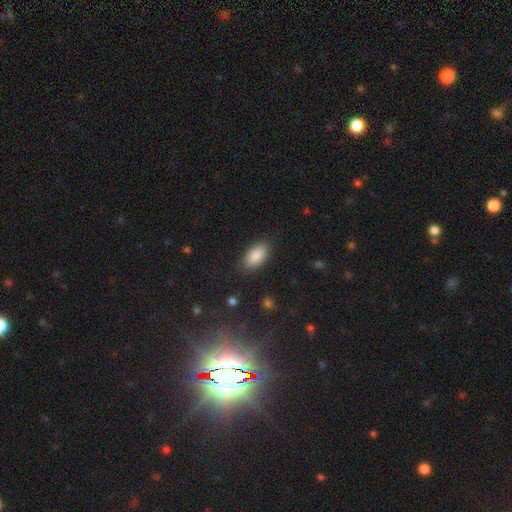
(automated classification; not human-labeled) smooth-or-featured: smooth: 88% | star or artifact: 7% | featured or disk: 5%
  how-rounded: in between: 93% | cigar-shaped: 5% | round: 3%
  merging: none: 86% | minor disturbance: 10% | major disturbance: 3% | merger: 1%